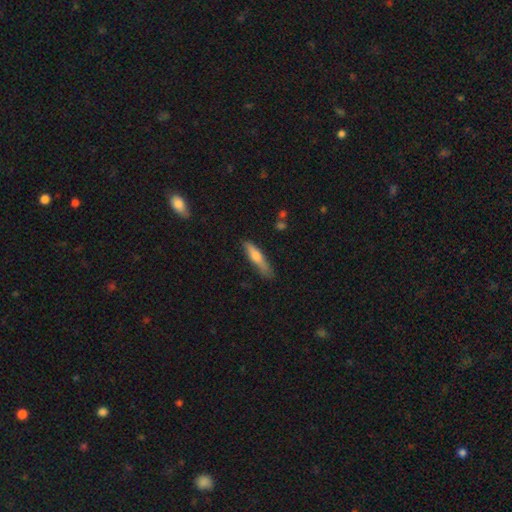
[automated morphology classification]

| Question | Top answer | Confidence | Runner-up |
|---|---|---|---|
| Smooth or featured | smooth | 66% | featured or disk (28%) |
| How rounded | cigar-shaped | 82% | in between (17%) |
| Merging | none | 71% | minor disturbance (21%) |